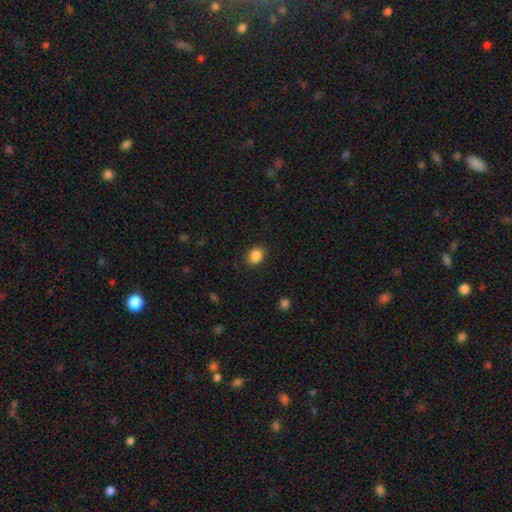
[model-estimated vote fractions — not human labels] This appears to be a smooth galaxy with no disk features (87%) that is round (53%). Merging: none (88%).